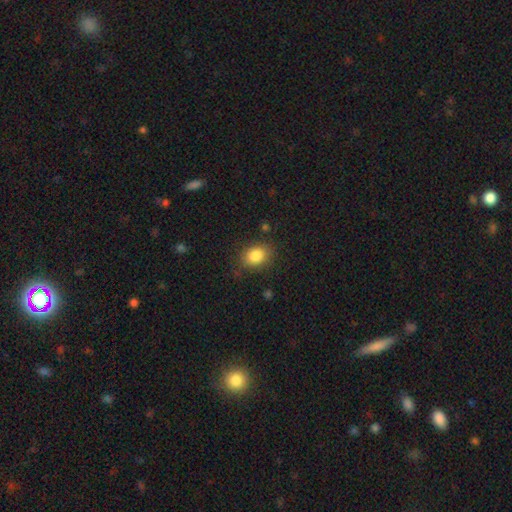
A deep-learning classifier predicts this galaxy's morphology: Smooth or featured: smooth — 85% (star or artifact — 9%)
How rounded: in between — 68% (round — 30%)
Merging: none — 77% (minor disturbance — 16%)